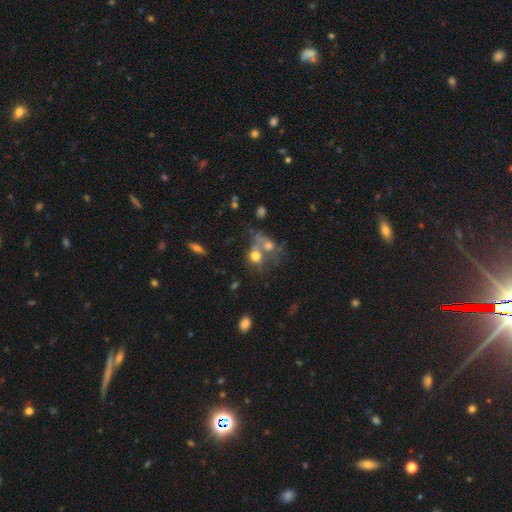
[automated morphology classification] This is likely a smooth galaxy (63%). How rounded: possibly round (60%). Merging: possibly merger (54%).